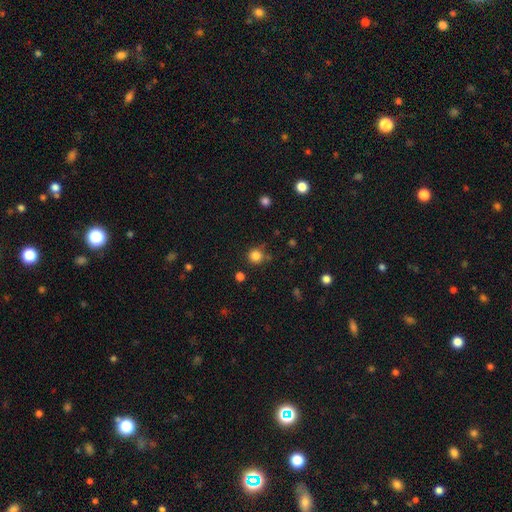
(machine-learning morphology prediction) Smooth or featured? Predicted: smooth (p=0.82). How rounded? Predicted: round (p=0.93). Merging? Predicted: none (p=0.79).